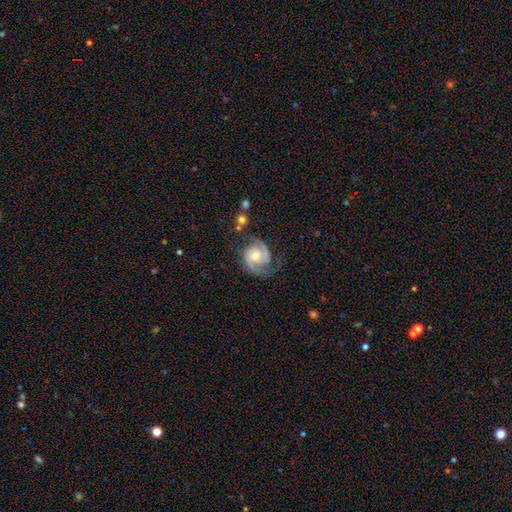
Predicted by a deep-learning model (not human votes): This is clearly a featured or disk galaxy (88%). It is clearly not viewed edge-on (98%). Bar: likely no (71%). Spiral arm pattern: clearly yes (97%). Spiral arm count: clearly 2 (88%). Spiral winding: possibly tight (45%). Central bulge: possibly moderate (52%). Merging: likely none (71%).